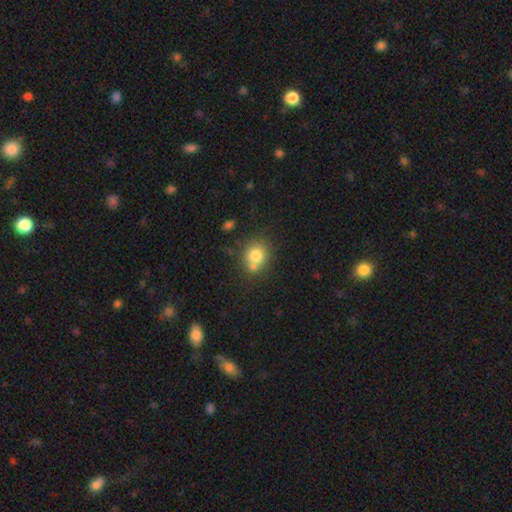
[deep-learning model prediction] This appears to be a smooth galaxy with no disk features (77%) that is round (75%). Merging: none (57%).